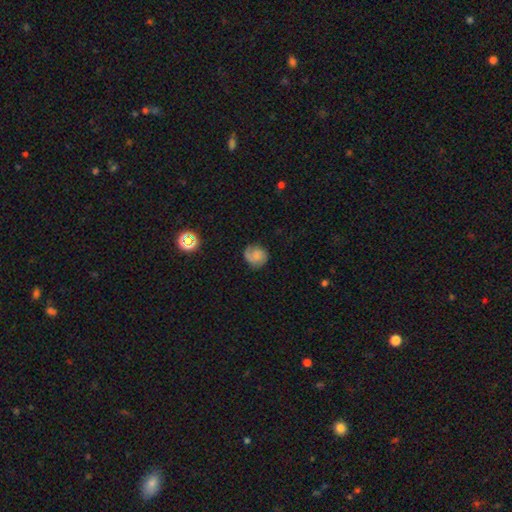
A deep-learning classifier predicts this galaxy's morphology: Q: Smooth or featured?
A: smooth (48%); runner-up: featured or disk (42%)
Q: Merging?
A: none (71%); runner-up: minor disturbance (20%)